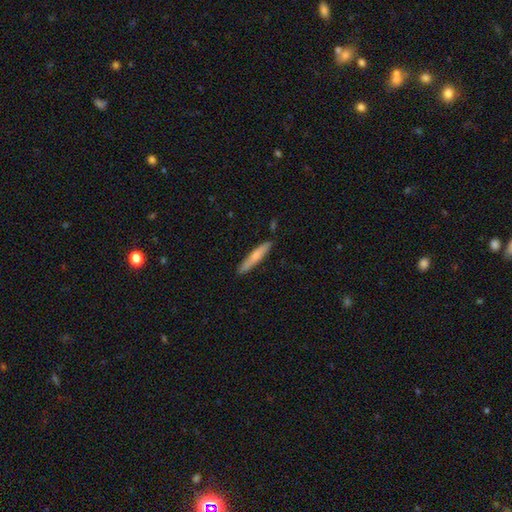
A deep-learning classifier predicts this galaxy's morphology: A smooth galaxy with no disk features (67%) that is cigar-shaped (92%).

Vote fractions:
- Smooth or featured? smooth: 67% / featured or disk: 27% / star or artifact: 5%
- How rounded? cigar-shaped: 92% / in between: 7% / round: 1%
- Merging? none: 86% / minor disturbance: 10% / merger: 2% / major disturbance: 2%